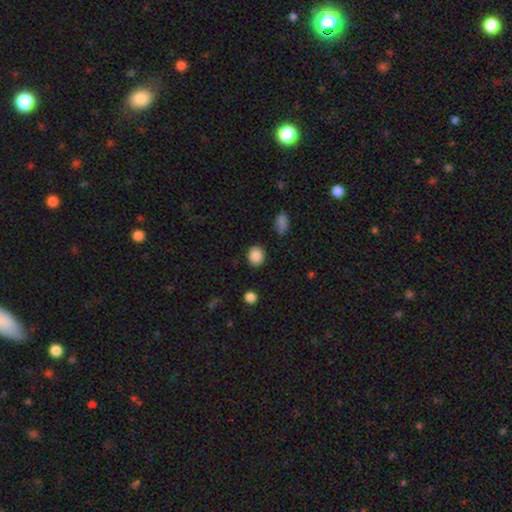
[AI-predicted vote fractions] The model was most divided on "how rounded": round: 66%, in between: 33%, cigar-shaped: 1%. More confident: merging — none (88%); smooth or featured — smooth (88%).